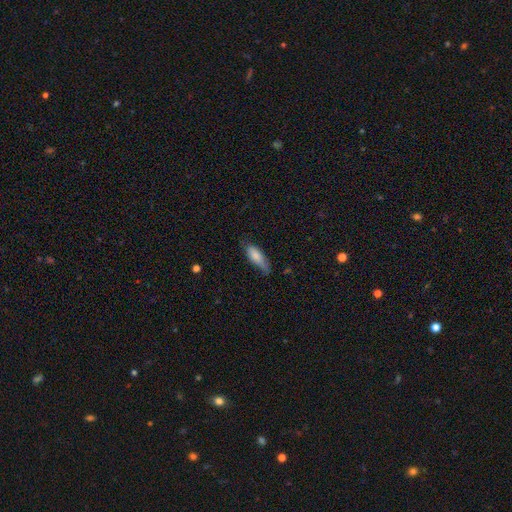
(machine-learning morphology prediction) smooth-or-featured: smooth: 79% | featured or disk: 15% | star or artifact: 6%
  how-rounded: in between: 60% | cigar-shaped: 38% | round: 2%
  merging: none: 49% | minor disturbance: 38% | major disturbance: 10% | merger: 2%